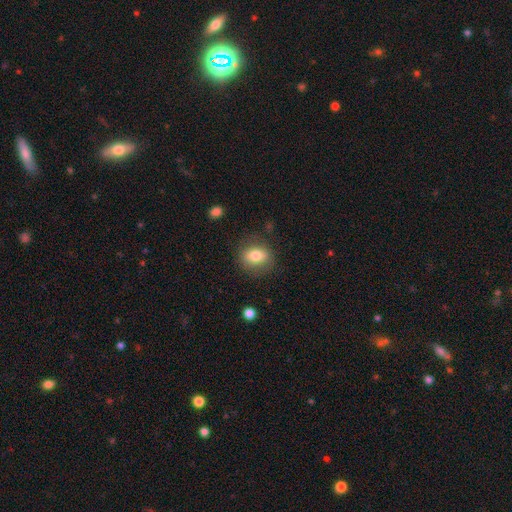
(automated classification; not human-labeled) Smooth or featured? Predicted: smooth (p=0.76). How rounded? Predicted: round (p=0.52). Merging? Predicted: none (p=0.80).